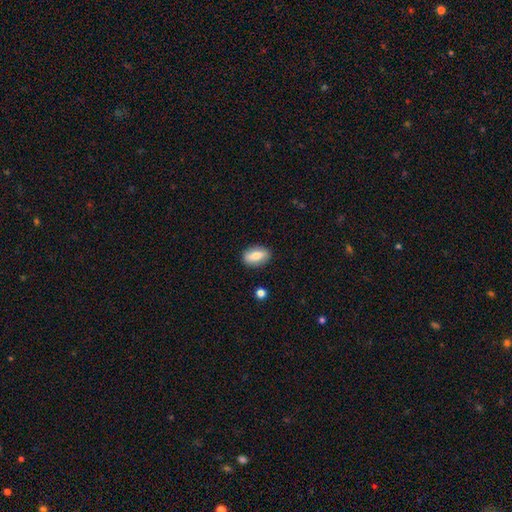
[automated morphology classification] smooth_or_featured: smooth (p=0.69) [alt: featured or disk p=0.24]
how_rounded: in between (p=0.86) [alt: round p=0.09]
merging: none (p=0.87) [alt: minor disturbance p=0.10]